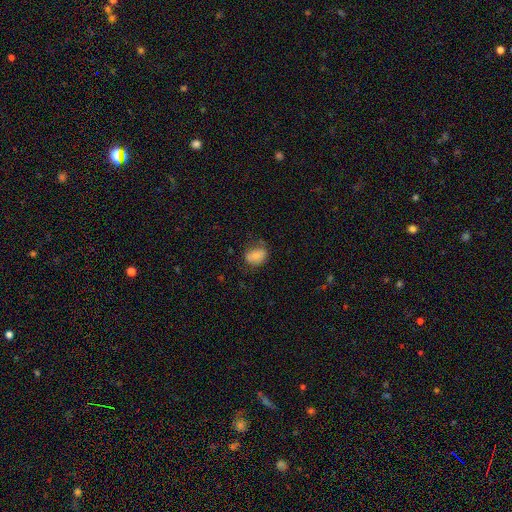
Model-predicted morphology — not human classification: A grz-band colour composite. It shows a smooth galaxy with no disk features (76%) that is in between round and cigar-shaped (72%). Merging: none (60%).